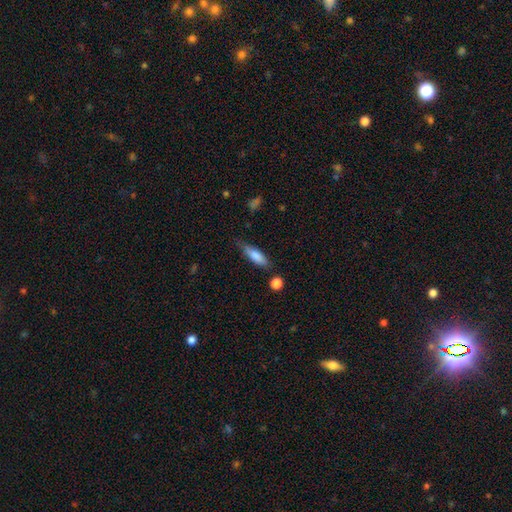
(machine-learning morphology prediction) Smooth or featured? smooth (79%)
How rounded? cigar-shaped (52%)
Merging? none (59%)